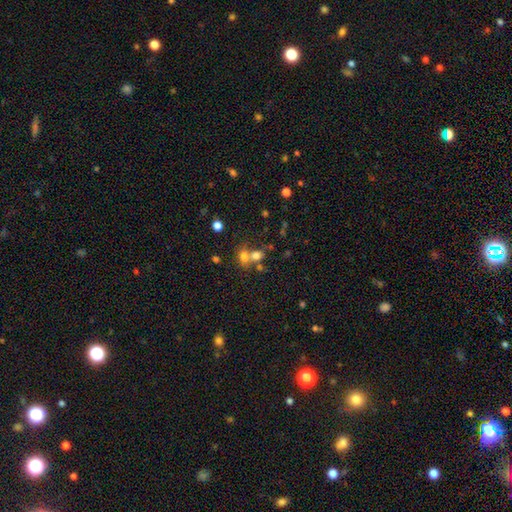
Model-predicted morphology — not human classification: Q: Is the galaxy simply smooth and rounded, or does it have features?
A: smooth — 71%.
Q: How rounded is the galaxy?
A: round — 53%.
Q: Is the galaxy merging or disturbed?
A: merger — 54%.